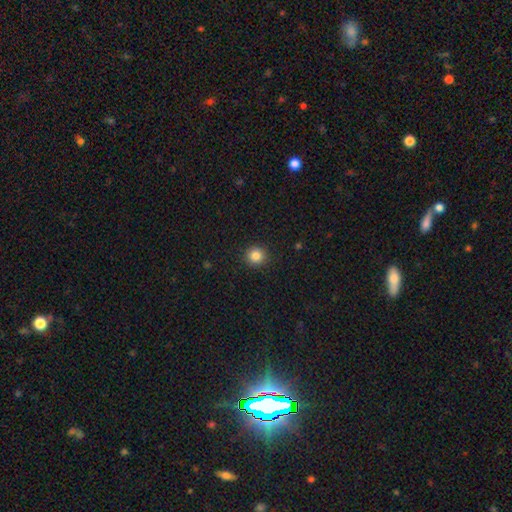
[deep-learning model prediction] smooth-or-featured: smooth: 85% | star or artifact: 11% | featured or disk: 5%
  how-rounded: round: 93% | in between: 6% | cigar-shaped: 1%
  merging: none: 92% | minor disturbance: 5% | major disturbance: 2% | merger: 1%